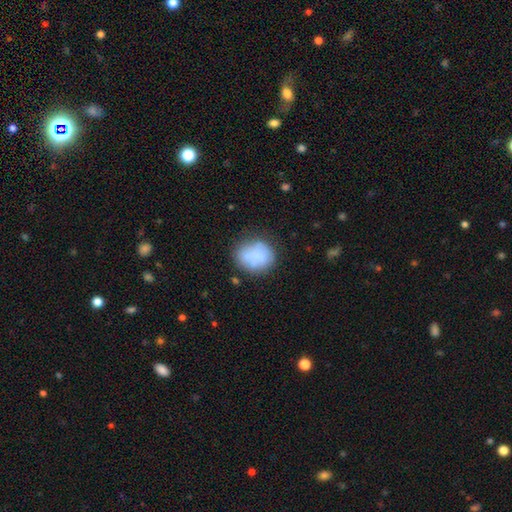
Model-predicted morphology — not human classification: A smooth galaxy with no disk features (71%) that is round (63%). Merging: none (57%).